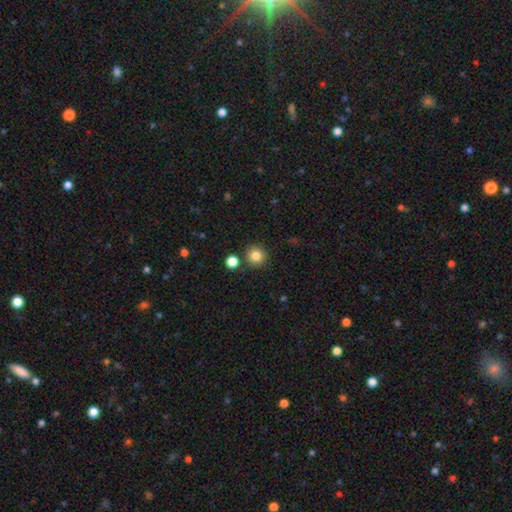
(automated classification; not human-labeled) Smooth or featured: smooth — 84% (star or artifact — 11%)
How rounded: round — 93% (in between — 6%)
Merging: none — 86% (minor disturbance — 7%)